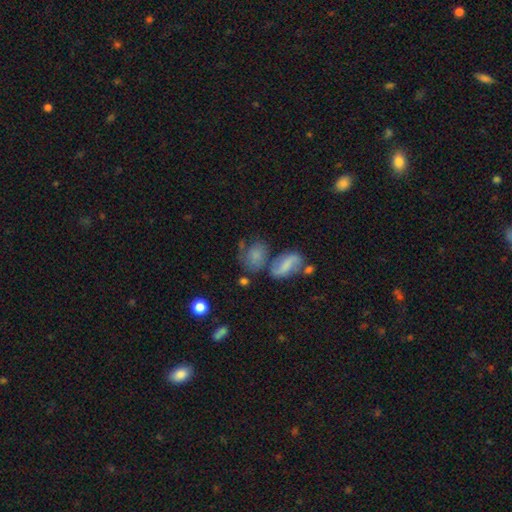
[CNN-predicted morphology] A smooth galaxy with no disk features (66%) that is in between round and cigar-shaped (65%). Merging: none (44%).